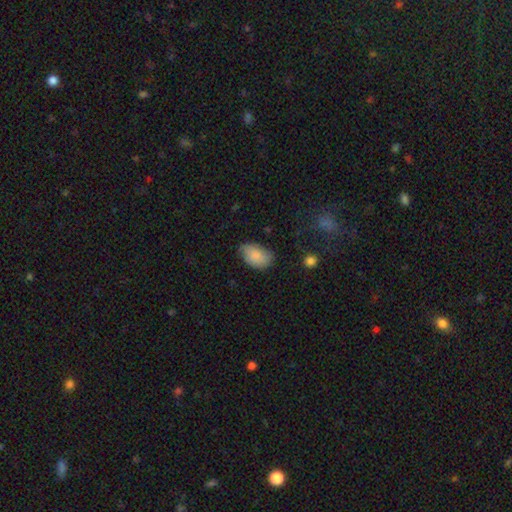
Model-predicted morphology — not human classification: smooth-or-featured: smooth: 82% | featured or disk: 11% | star or artifact: 7%
  how-rounded: in between: 91% | round: 8% | cigar-shaped: 1%
  merging: none: 63% | minor disturbance: 29% | major disturbance: 6% | merger: 2%